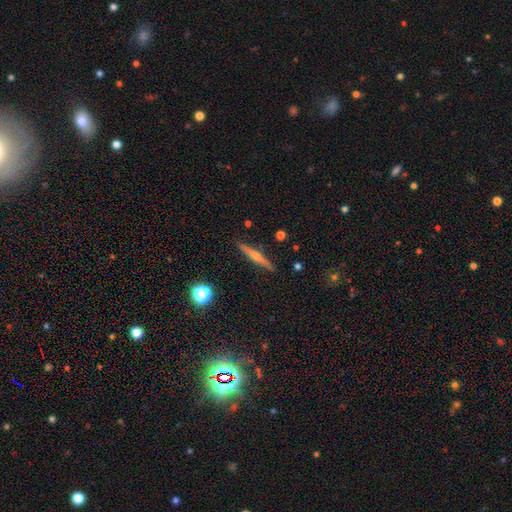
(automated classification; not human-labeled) smooth_or_featured: featured or disk (p=0.69) [alt: smooth p=0.23]
disk_edge_on: yes (p=0.98) [alt: no p=0.02]
edge_on_bulge: rounded (p=0.86) [alt: none p=0.10]
merging: none (p=0.91) [alt: minor disturbance p=0.06]